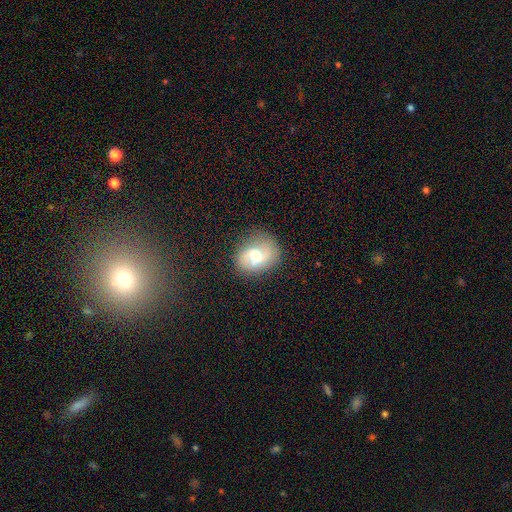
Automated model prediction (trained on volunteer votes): A featured or disk galaxy (55%) with a weak bar (48%), spiral arms (78%) and a moderate central bulge (71%).

Vote fractions:
- Smooth or featured? featured or disk: 55% / smooth: 37% / star or artifact: 9%
- Edge-on disk? no: 96% / yes: 4%
- Bar? weak: 48% / no: 38% / strong: 14%
- Spiral arms? yes: 78% / no: 22%
- Bulge size? moderate: 71% / small: 17% / large: 10% / dominant: 1% / none: 1%
- Merging? none: 74% / minor disturbance: 17% / major disturbance: 6% / merger: 2%